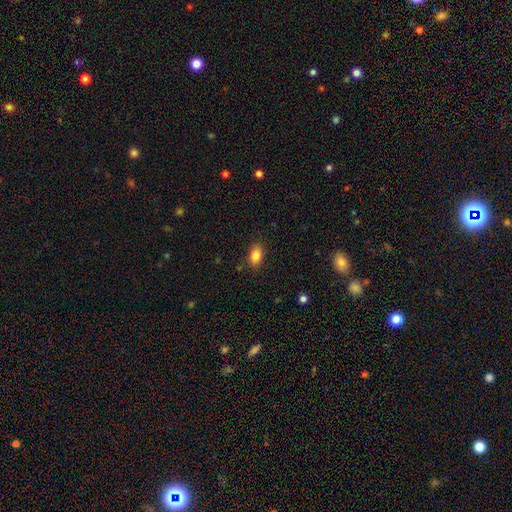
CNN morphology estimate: Overall: smooth (85%). How rounded: in between (87%). Merging: none (85%).